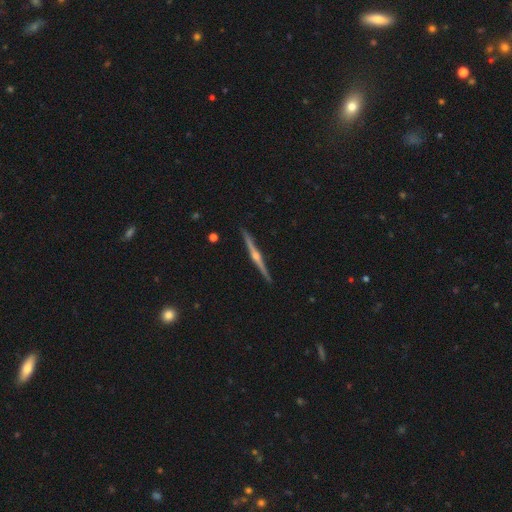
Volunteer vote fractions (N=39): A featured or disk galaxy (95%) viewed edge-on (97%) with a rounded central bulge (100%).

Vote fractions:
- Smooth or featured? featured or disk: 95% / smooth: 5% / star or artifact: 0%
- Edge-on disk? yes: 97% / no: 3%
- Edge-on bulge? rounded: 100% / boxy: 0% / none: 0%
- Merging? none: 90% / merger: 5% / minor disturbance: 3% / major disturbance: 3%